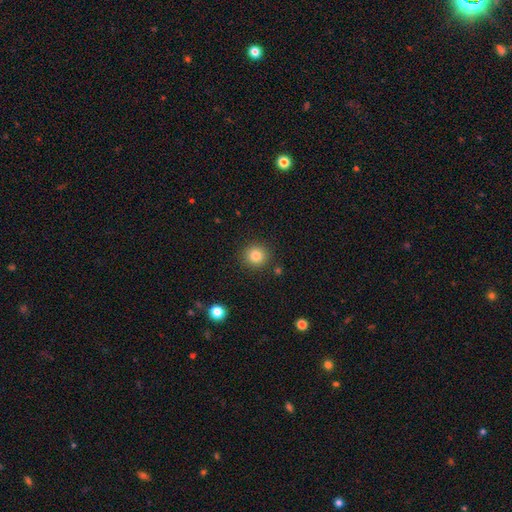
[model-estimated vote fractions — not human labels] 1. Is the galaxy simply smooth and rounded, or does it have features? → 83% smooth, 11% star or artifact, 6% featured or disk.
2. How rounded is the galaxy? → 93% round, 6% in between, 1% cigar-shaped.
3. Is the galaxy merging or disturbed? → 90% none, 6% minor disturbance, 2% major disturbance, 2% merger.